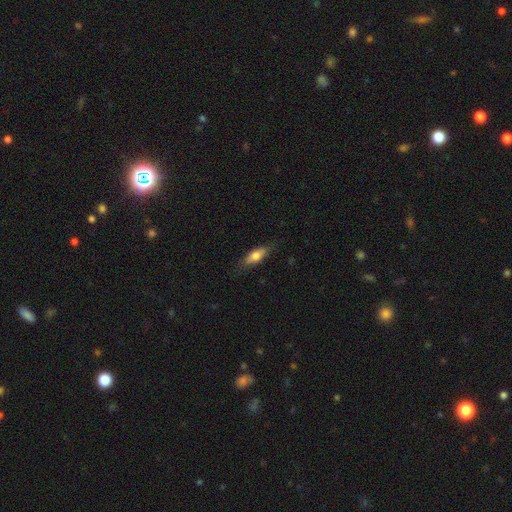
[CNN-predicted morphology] Smooth or featured?
  - smooth: 66% *
  - featured or disk: 27%
  - star or artifact: 7%
How rounded?
  - in between: 62% *
  - cigar-shaped: 36%
  - round: 3%
Merging?
  - none: 79% *
  - minor disturbance: 17%
  - major disturbance: 3%
  - merger: 1%